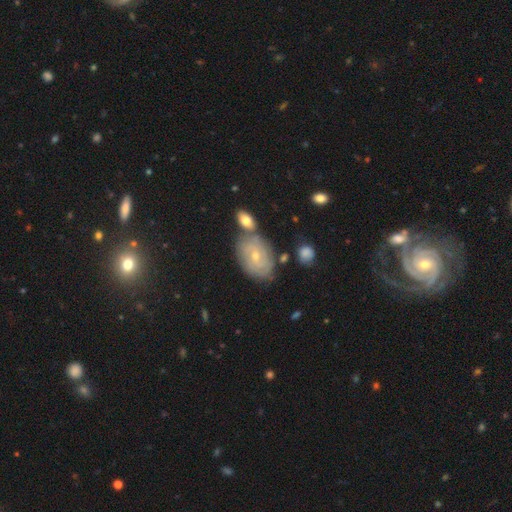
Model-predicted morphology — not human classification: The model was most divided on "bulge size": small: 65%, moderate: 32%, none: 1%, large: 1%, dominant: 1%. More confident: edge-on disk — no (95%); spiral arms — yes (80%); bar — no (67%); smooth or featured — featured or disk (64%); merging — none (61%).